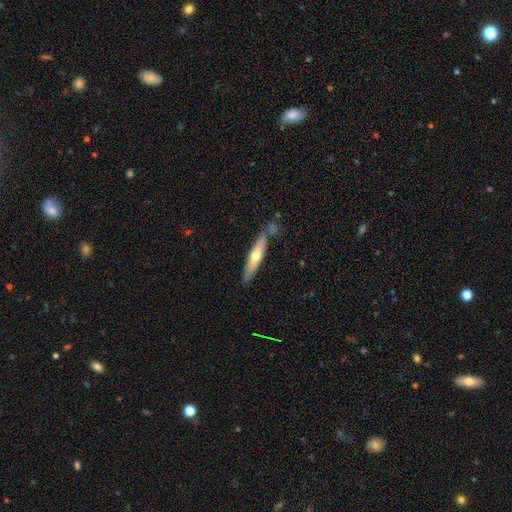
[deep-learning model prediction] This is possibly a smooth galaxy (47%, tied with featured or disk). Merging: likely none (76%).